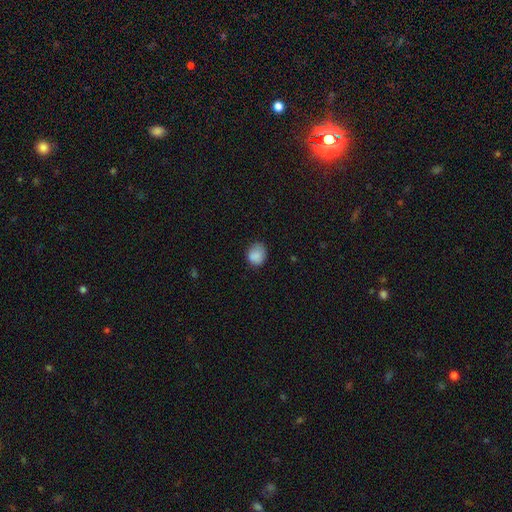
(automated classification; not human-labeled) The model was most divided on "how rounded": round: 61%, in between: 38%, cigar-shaped: 1%. More confident: smooth or featured — smooth (86%); merging — none (66%).